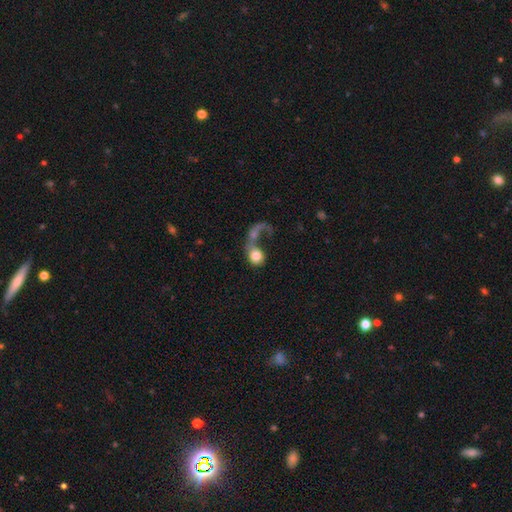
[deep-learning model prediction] Overall: smooth (62%; featured or disk 29%). How rounded: round (66%; in between 32%). Merging: major disturbance (44%; merger 30%).